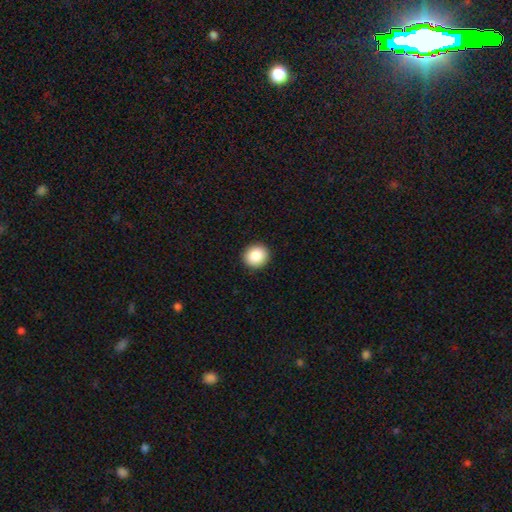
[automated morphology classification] Q: Smooth or featured?
A: smooth (87%); runner-up: star or artifact (8%)
Q: How rounded?
A: round (86%); runner-up: in between (13%)
Q: Merging?
A: none (92%); runner-up: minor disturbance (5%)